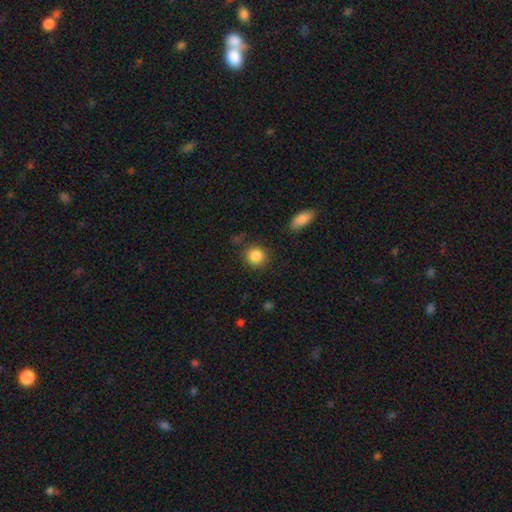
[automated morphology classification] This appears to be a smooth galaxy with no disk features (87%) that is round (89%). Merging: none (84%).